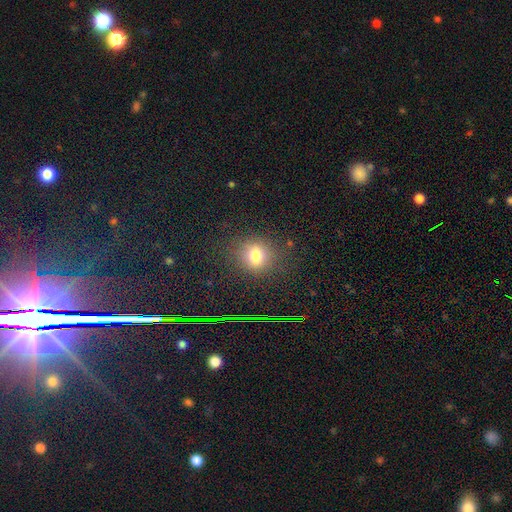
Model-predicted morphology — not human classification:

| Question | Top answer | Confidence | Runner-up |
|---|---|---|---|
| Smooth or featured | smooth | 74% | star or artifact (17%) |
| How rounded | round | 65% | in between (33%) |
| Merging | none | 81% | minor disturbance (11%) |